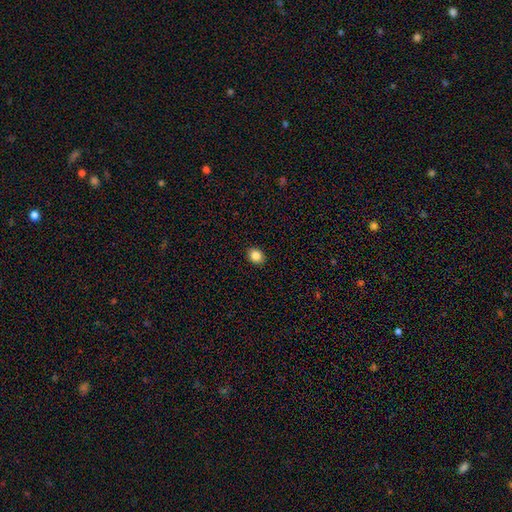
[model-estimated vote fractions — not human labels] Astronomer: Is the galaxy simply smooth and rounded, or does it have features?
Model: smooth — 86%.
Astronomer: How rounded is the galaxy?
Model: round — 52% (runner-up: in between, 47%).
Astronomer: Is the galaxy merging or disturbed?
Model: none — 91%.